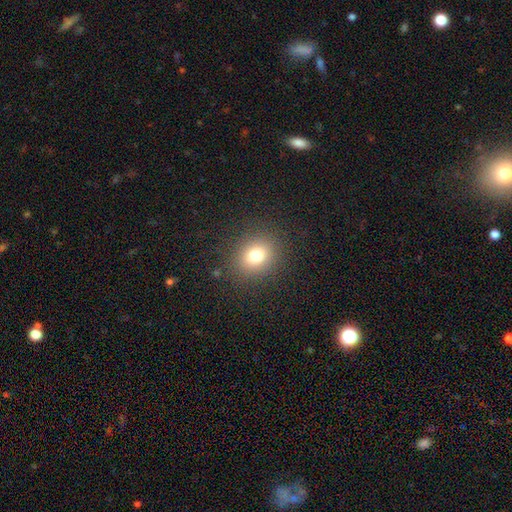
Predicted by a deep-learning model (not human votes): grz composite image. It shows a smooth galaxy with no disk features (76%) that is round (67%). Merging: none (87%).